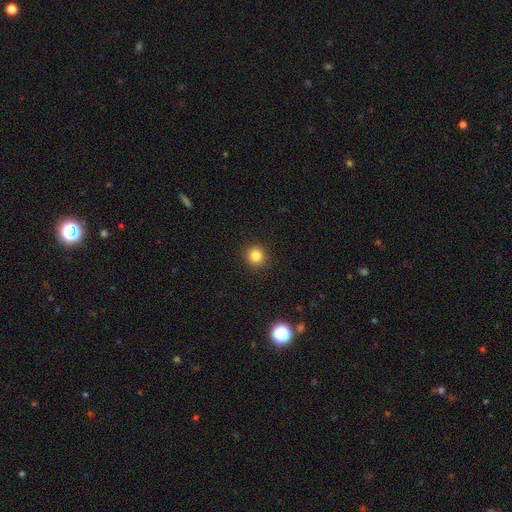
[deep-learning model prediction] A smooth galaxy with no disk features (83%) that is round (93%).

Vote fractions:
- Smooth or featured? smooth: 83% / star or artifact: 12% / featured or disk: 5%
- How rounded? round: 93% / in between: 6% / cigar-shaped: 1%
- Merging? none: 92% / minor disturbance: 5% / major disturbance: 2% / merger: 1%